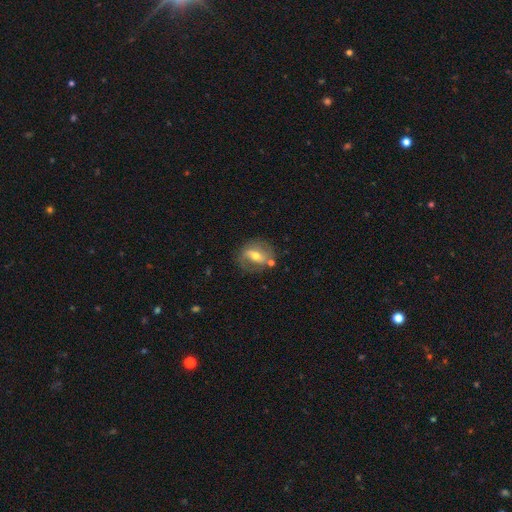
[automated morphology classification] Smooth or featured? Predicted: featured or disk (p=0.61). Edge-on disk? Predicted: no (p=0.92). Bar? Predicted: strong (p=0.42). Spiral arms? Predicted: yes (p=0.63). Bulge size? Predicted: moderate (p=0.66). Merging? Predicted: none (p=0.67).